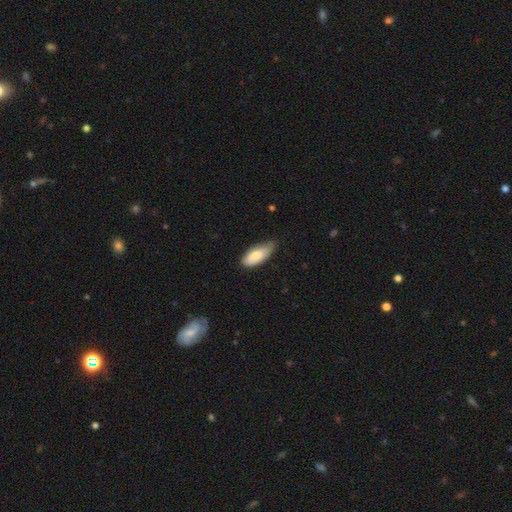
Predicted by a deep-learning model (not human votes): A smooth galaxy with no disk features (76%) that is in between round and cigar-shaped (85%). Merging: none (59%).